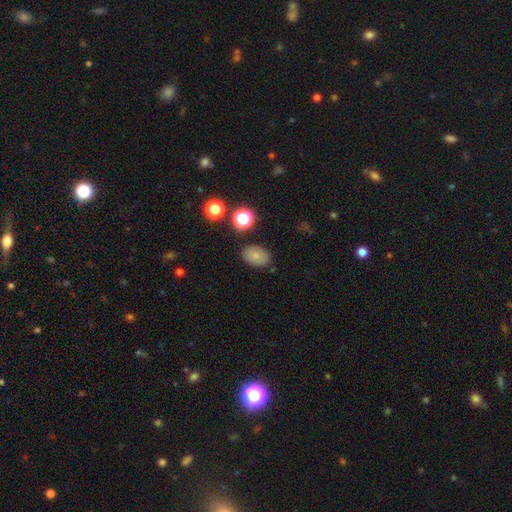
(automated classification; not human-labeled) Smooth or featured?
  - smooth: 78% *
  - star or artifact: 12%
  - featured or disk: 10%
How rounded?
  - in between: 81% *
  - round: 18%
  - cigar-shaped: 1%
Merging?
  - none: 82% *
  - minor disturbance: 12%
  - major disturbance: 3%
  - merger: 3%